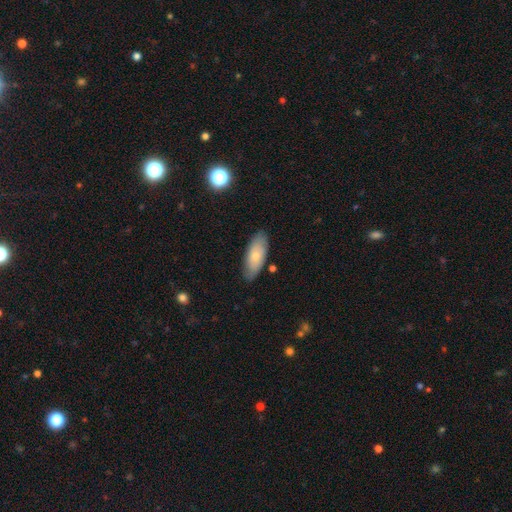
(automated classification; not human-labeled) Morphology: type=smooth (71%); roundness=in between (82%); merging=none (81%).